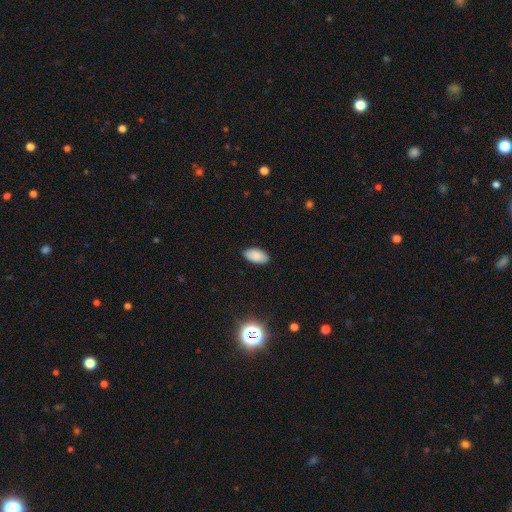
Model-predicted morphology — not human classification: The model was most divided on "smooth or featured": smooth: 86%, star or artifact: 8%, featured or disk: 5%. More confident: how rounded — in between (95%); merging — none (87%).